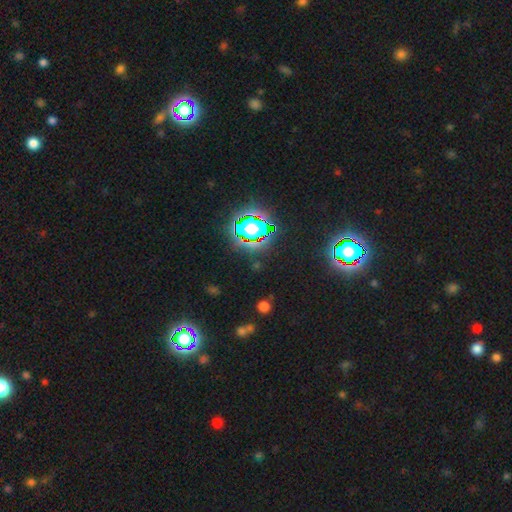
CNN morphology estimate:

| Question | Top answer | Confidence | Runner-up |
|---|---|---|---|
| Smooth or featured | star or artifact | 79% | smooth (13%) |